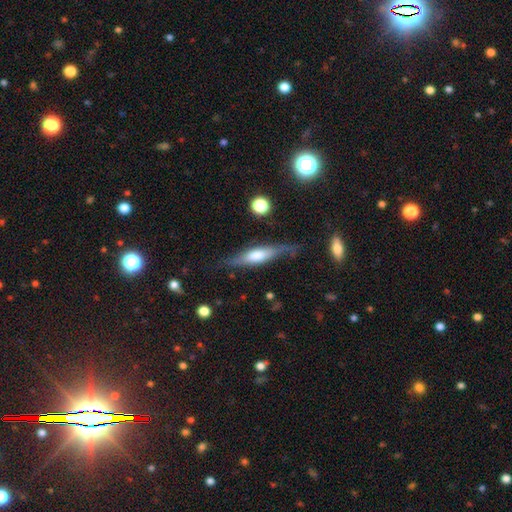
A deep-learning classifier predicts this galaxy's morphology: This appears to be a featured or disk galaxy (53%) viewed edge-on (87%). Merging: none (71%).